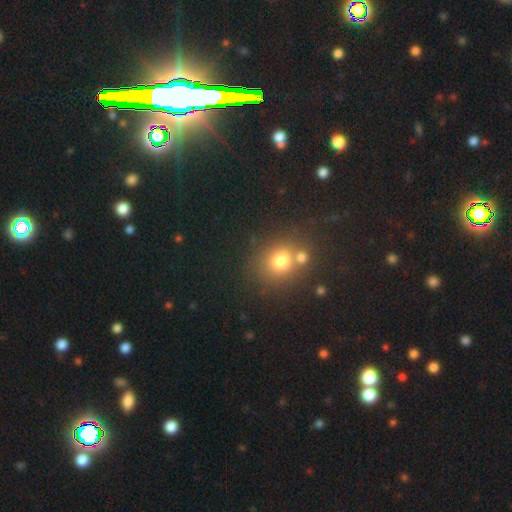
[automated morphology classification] Q: Smooth or featured?
A: smooth (48%); runner-up: star or artifact (43%)
Q: Merging?
A: none (78%); runner-up: merger (11%)